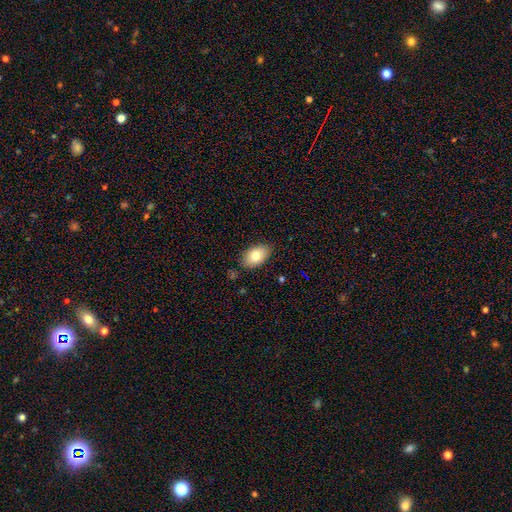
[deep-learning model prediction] smooth_or_featured: smooth (p=0.80) [alt: featured or disk p=0.13]
how_rounded: in between (p=0.92) [alt: round p=0.07]
merging: none (p=0.84) [alt: minor disturbance p=0.12]